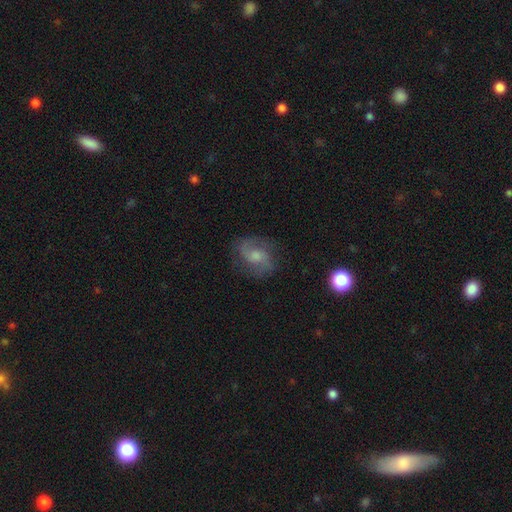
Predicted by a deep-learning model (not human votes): Q: Smooth or featured?
A: featured or disk (70%); runner-up: smooth (19%)
Q: Edge-on disk?
A: no (97%); runner-up: yes (3%)
Q: Bar?
A: no (49%); runner-up: weak (43%)
Q: Spiral arms?
A: yes (93%); runner-up: no (7%)
Q: Spiral winding?
A: medium (49%); runner-up: loose (31%)
Q: Spiral arm count?
A: 2 (85%); runner-up: can't tell (7%)
Q: Bulge size?
A: moderate (48%); runner-up: small (35%)
Q: Merging?
A: none (78%); runner-up: minor disturbance (15%)